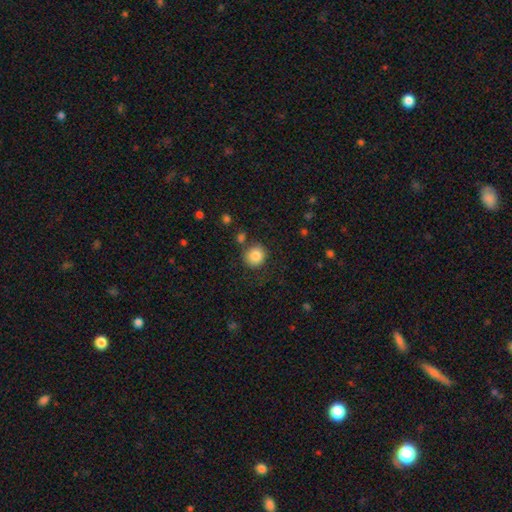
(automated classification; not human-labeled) The model was most divided on "merging": none: 78%, minor disturbance: 11%, merger: 6%, major disturbance: 4%. More confident: how rounded — round (87%); smooth or featured — smooth (85%).